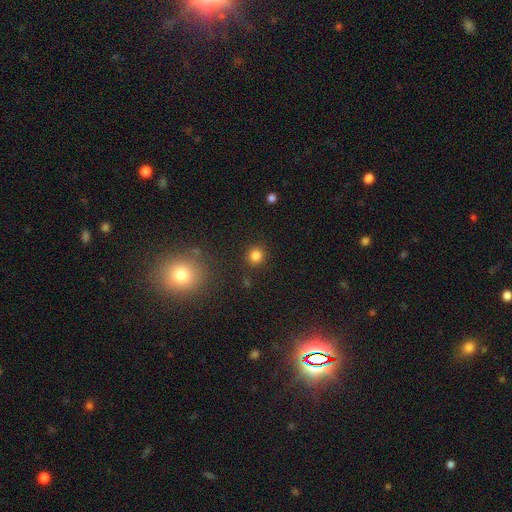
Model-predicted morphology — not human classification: Smooth or featured? smooth (82%)
How rounded? round (89%)
Merging? none (89%)